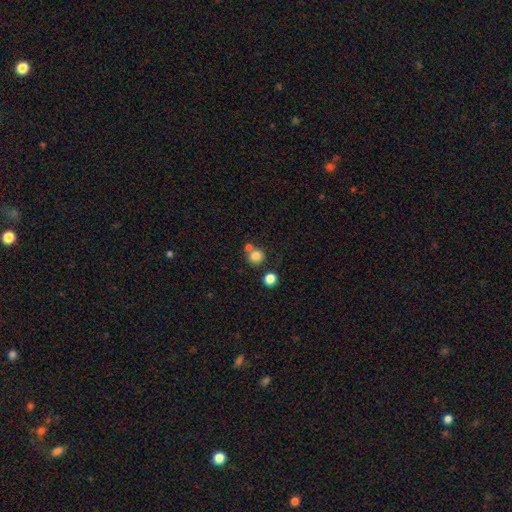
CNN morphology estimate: Smooth or featured? Predicted: smooth (p=0.81). How rounded? Predicted: round (p=0.91). Merging? Predicted: none (p=0.64).